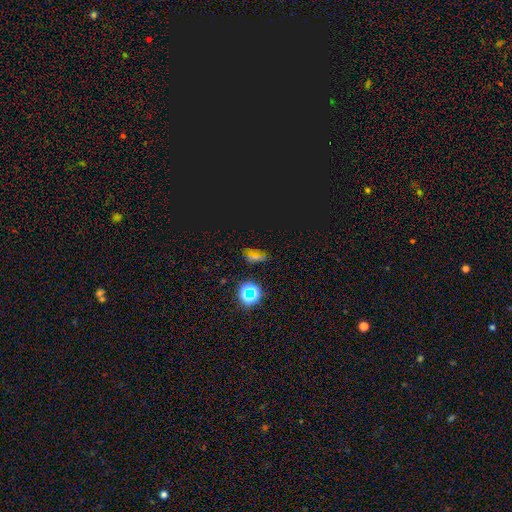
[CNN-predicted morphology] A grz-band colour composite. It shows a star or artifact, not a galaxy (53%).